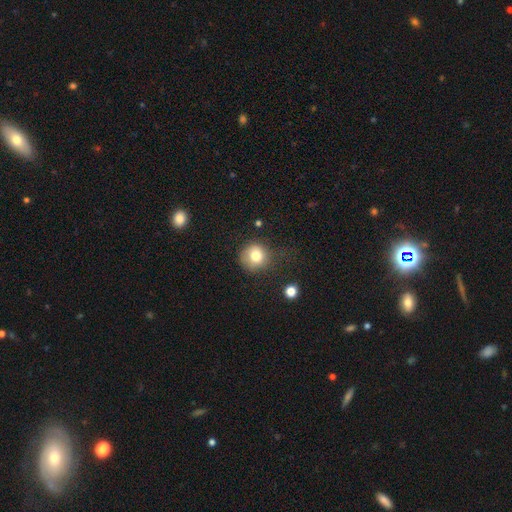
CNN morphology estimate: Overall: smooth (78%). How rounded: round (88%). Merging: none (64%).